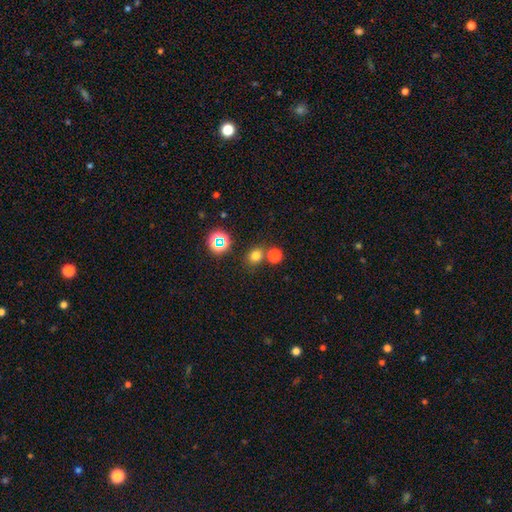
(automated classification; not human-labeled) Smooth or featured? smooth (73%)
How rounded? round (75%)
Merging? none (70%)